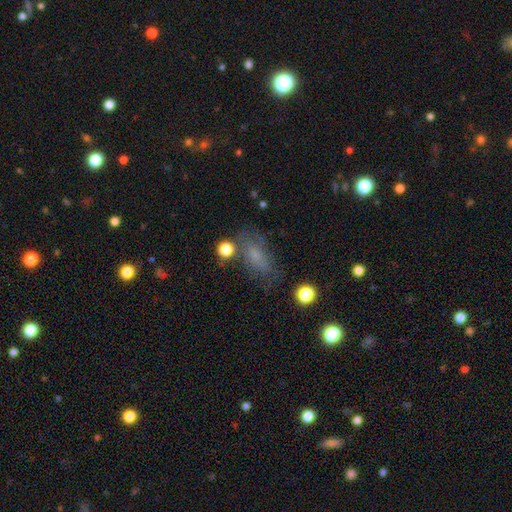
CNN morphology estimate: A smooth galaxy with no disk features (60%) that is in between round and cigar-shaped (78%). Merging: none (54%).